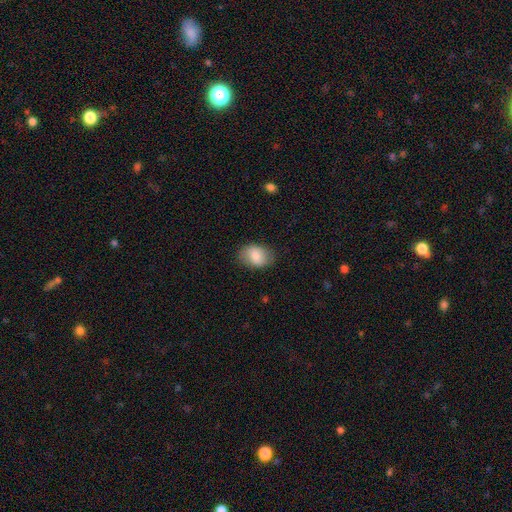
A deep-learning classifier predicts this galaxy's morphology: Overall: smooth (81%). How rounded: in between (76%). Merging: none (80%).